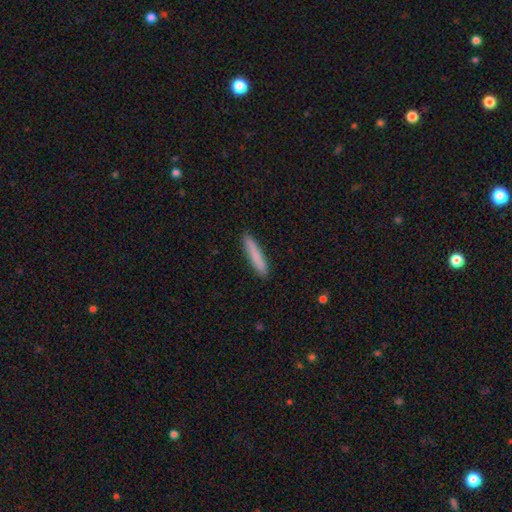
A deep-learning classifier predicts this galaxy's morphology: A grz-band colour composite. It shows a smooth galaxy with no disk features (83%) that is cigar-shaped (93%). Merging: none (90%).